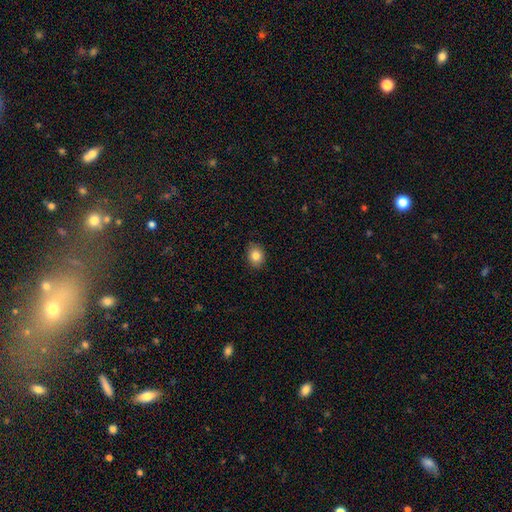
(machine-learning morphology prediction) type=smooth (83%); roundness=round (55%); merging=none (89%).